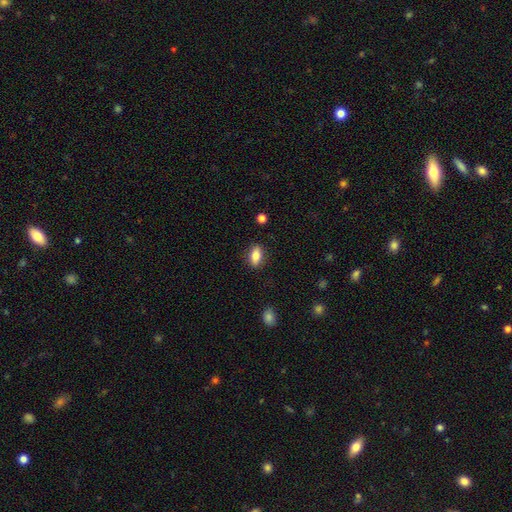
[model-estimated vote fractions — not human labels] Morphology: type=smooth (83%); roundness=in between (84%); merging=none (87%).